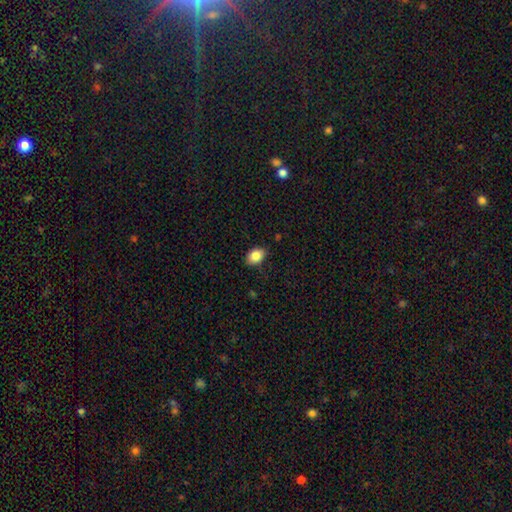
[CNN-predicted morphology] Q: Smooth or featured?
A: smooth (85%); runner-up: star or artifact (8%)
Q: How rounded?
A: in between (78%); runner-up: round (21%)
Q: Merging?
A: none (82%); runner-up: minor disturbance (14%)